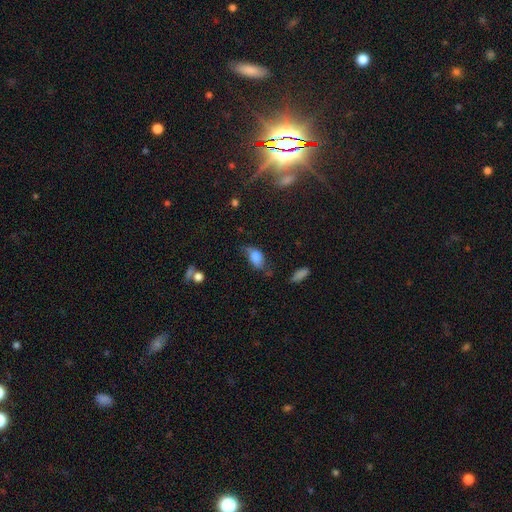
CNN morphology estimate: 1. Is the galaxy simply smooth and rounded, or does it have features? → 72% smooth, 19% featured or disk, 10% star or artifact.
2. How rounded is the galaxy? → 83% in between, 14% round, 3% cigar-shaped.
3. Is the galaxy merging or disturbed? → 38% none, 37% minor disturbance, 20% major disturbance, 4% merger.